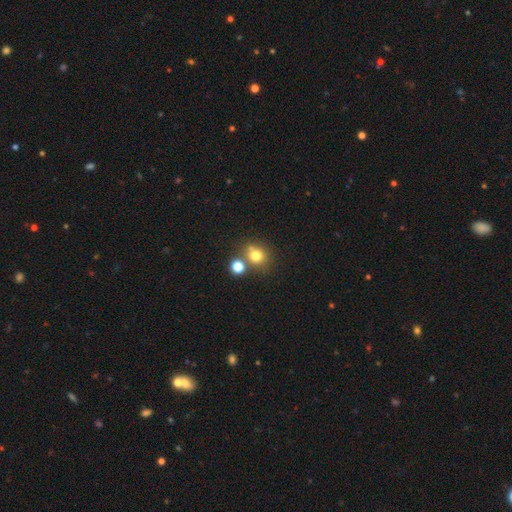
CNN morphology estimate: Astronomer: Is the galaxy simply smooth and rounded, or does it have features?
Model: smooth — 76%.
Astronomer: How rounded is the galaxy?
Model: round — 83%.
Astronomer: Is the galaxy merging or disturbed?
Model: none — 62%.